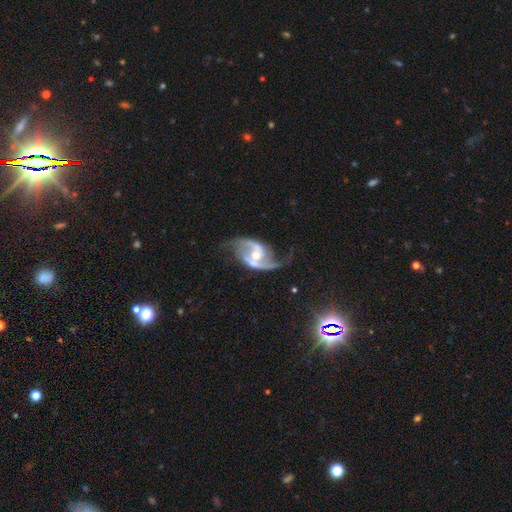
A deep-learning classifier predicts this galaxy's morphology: Smooth or featured? featured or disk (91%)
Edge-on disk? no (98%)
Bar? no (41%)
Spiral arms? yes (97%)
Spiral winding? loose (48%)
Spiral arm count? 2 (92%)
Bulge size? moderate (62%)
Merging? none (57%)